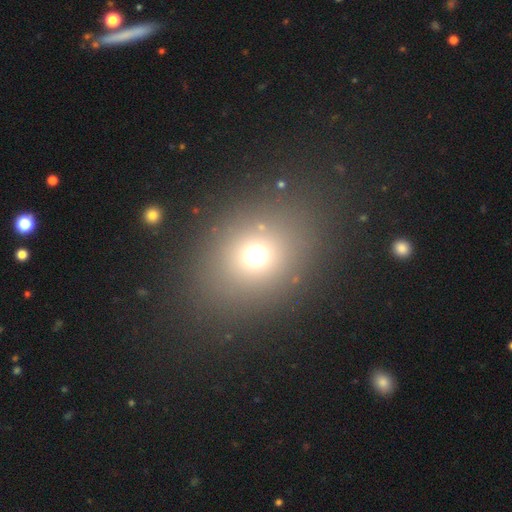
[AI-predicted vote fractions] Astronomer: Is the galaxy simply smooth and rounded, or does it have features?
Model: smooth — 69%.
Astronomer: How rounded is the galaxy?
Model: round — 65%.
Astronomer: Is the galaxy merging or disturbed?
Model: none — 83%.